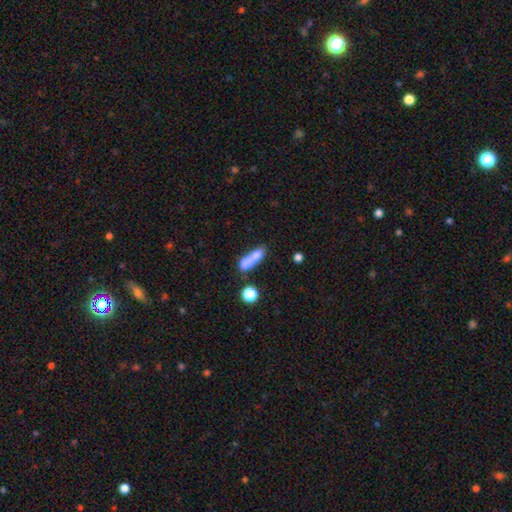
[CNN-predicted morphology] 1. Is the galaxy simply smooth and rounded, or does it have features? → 69% smooth, 20% featured or disk, 11% star or artifact.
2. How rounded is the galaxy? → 47% cigar-shaped, 45% in between, 8% round.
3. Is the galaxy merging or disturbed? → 44% merger, 32% none, 14% minor disturbance, 9% major disturbance.